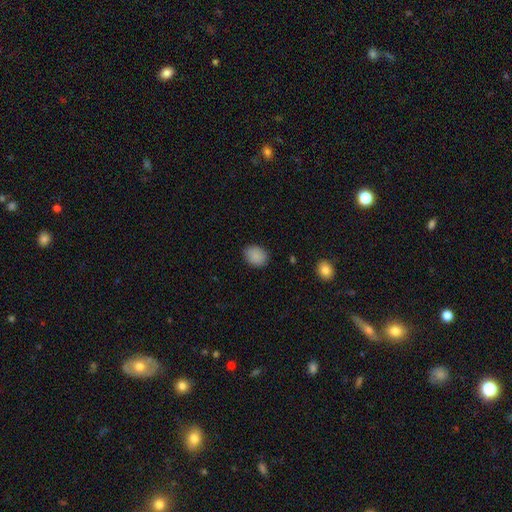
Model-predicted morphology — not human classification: Smooth or featured?
  - smooth: 88% *
  - star or artifact: 9%
  - featured or disk: 3%
How rounded?
  - in between: 57% *
  - round: 42%
  - cigar-shaped: 1%
Merging?
  - none: 86% *
  - minor disturbance: 11%
  - major disturbance: 2%
  - merger: 1%